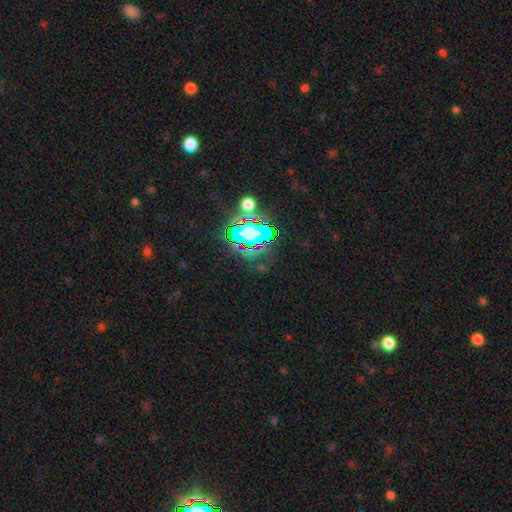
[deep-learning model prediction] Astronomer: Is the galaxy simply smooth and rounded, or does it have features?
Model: star or artifact — 80%.